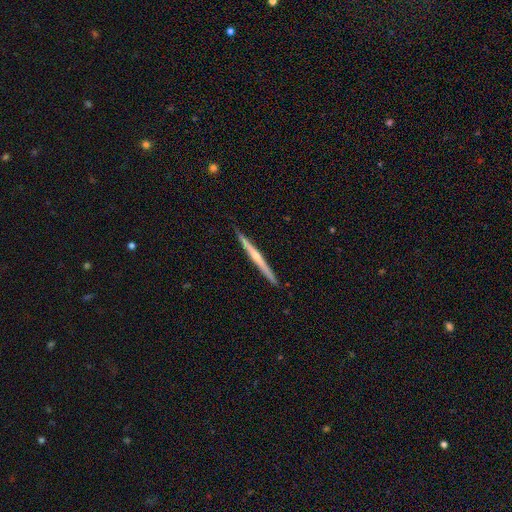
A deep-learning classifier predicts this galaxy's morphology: smooth_or_featured: featured or disk (p=0.70) [alt: smooth p=0.25]
disk_edge_on: yes (p=0.98) [alt: no p=0.02]
edge_on_bulge: rounded (p=0.63) [alt: none p=0.33]
merging: none (p=0.91) [alt: minor disturbance p=0.07]